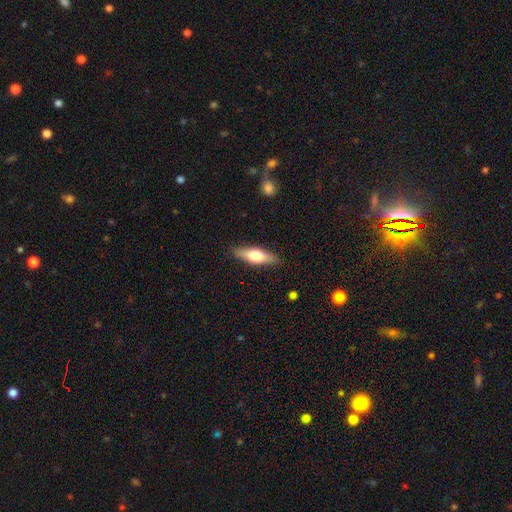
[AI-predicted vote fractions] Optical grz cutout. It shows a smooth galaxy with no disk features (55%) that is cigar-shaped (51%). Merging: none (87%).